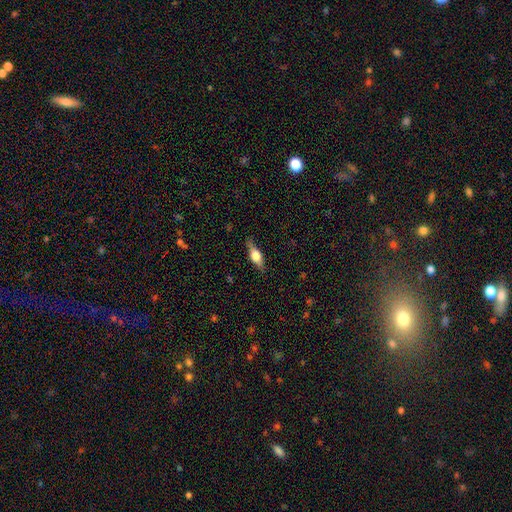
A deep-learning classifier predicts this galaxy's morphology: Overall: featured or disk (57%; smooth 36%). Edge-on disk: yes (94%). Edge-on bulge: rounded (91%). Merging: none (84%).